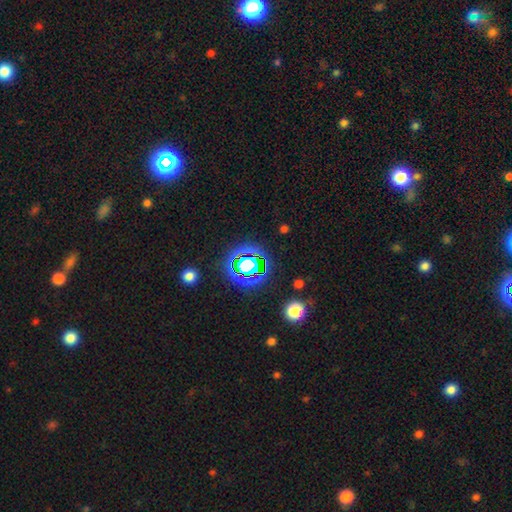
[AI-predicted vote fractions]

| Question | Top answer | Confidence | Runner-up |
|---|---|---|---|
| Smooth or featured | star or artifact | 72% | smooth (19%) |